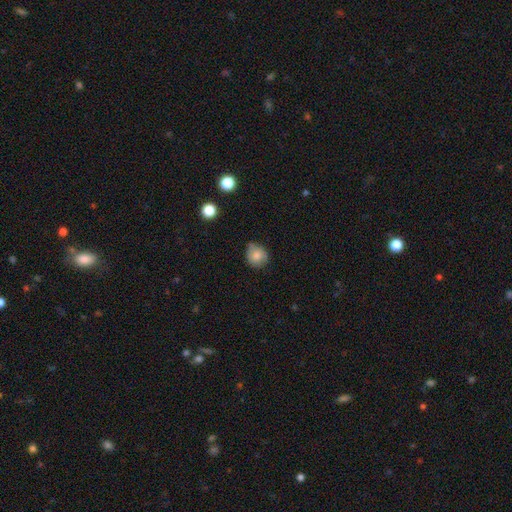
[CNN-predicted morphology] Overall: smooth (72%). How rounded: round (75%). Merging: none (63%; minor disturbance 29%).